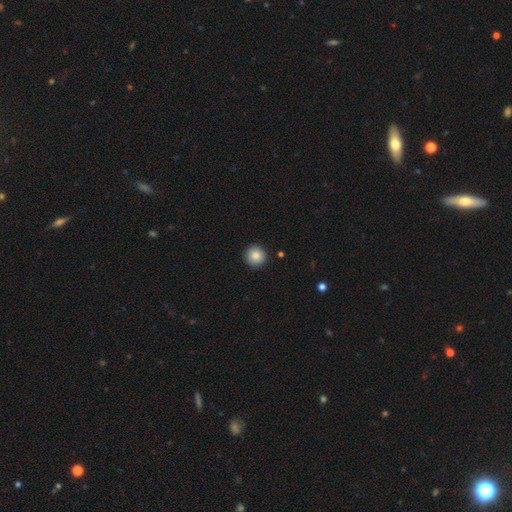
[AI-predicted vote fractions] This is clearly a smooth galaxy (85%). How rounded: clearly round (95%). Merging: clearly none (92%).